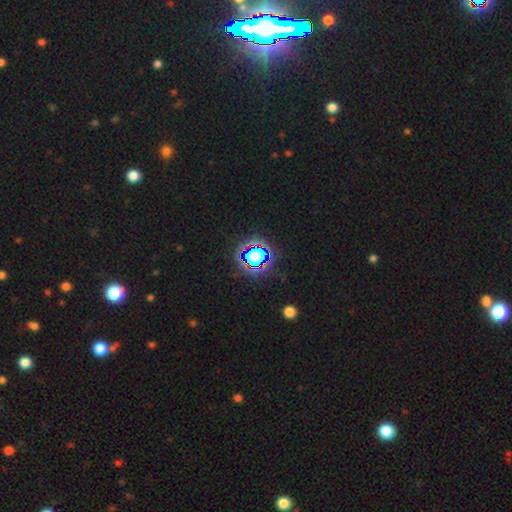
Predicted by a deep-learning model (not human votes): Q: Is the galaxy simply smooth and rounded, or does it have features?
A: star or artifact — 63%.